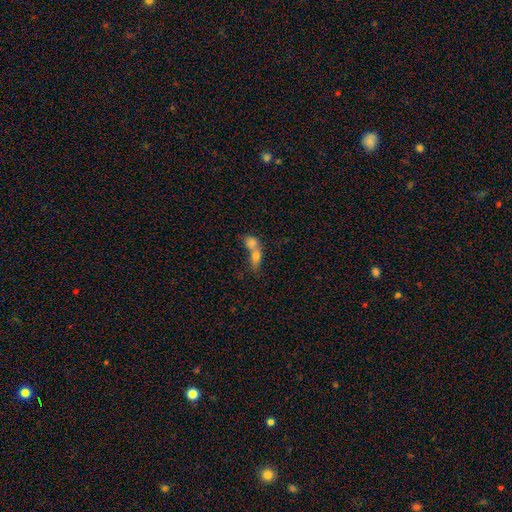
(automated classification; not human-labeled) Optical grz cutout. It shows a smooth galaxy with no disk features (69%) that is in between round and cigar-shaped (64%). Merging: merger (75%).